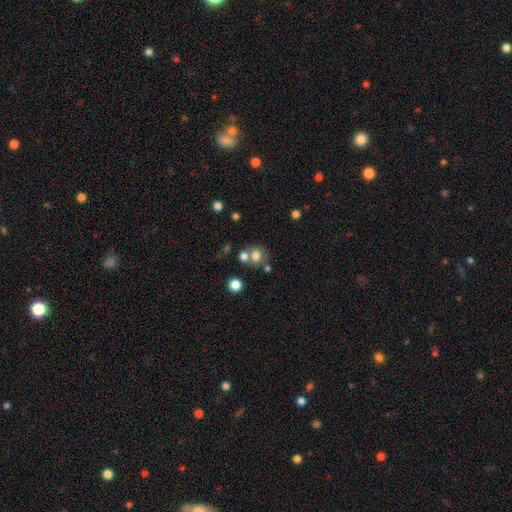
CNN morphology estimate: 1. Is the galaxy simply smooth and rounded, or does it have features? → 69% smooth, 18% featured or disk, 12% star or artifact.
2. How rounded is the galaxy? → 71% round, 28% in between, 1% cigar-shaped.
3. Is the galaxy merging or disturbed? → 49% none, 33% merger, 12% minor disturbance, 6% major disturbance.